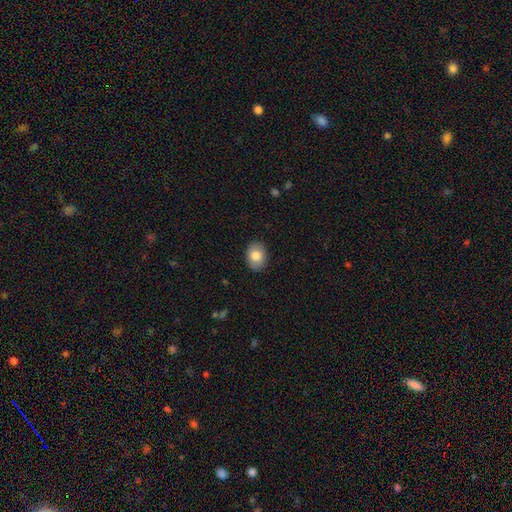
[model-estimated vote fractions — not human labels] Smooth or featured?
  - smooth: 83% *
  - featured or disk: 10%
  - star or artifact: 7%
How rounded?
  - in between: 69% *
  - round: 30%
  - cigar-shaped: 1%
Merging?
  - none: 88% *
  - minor disturbance: 9%
  - major disturbance: 2%
  - merger: 1%